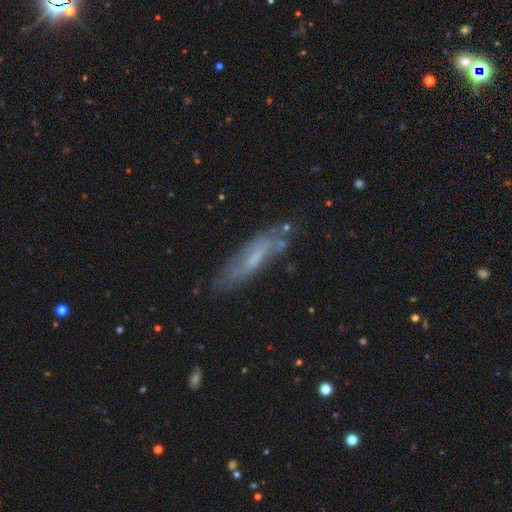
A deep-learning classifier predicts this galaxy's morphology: smooth-or-featured: featured or disk: 56% | smooth: 35% | star or artifact: 9%
  disk-edge-on: no: 56% | yes: 44%
  merging: none: 71% | minor disturbance: 19% | major disturbance: 6% | merger: 3%